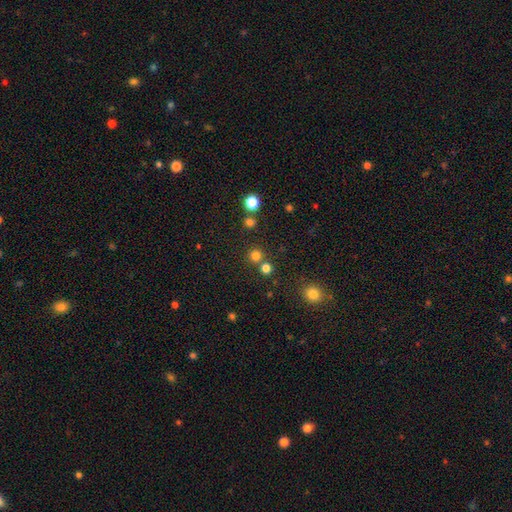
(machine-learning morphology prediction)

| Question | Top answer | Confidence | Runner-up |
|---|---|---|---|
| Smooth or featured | smooth | 75% | star or artifact (20%) |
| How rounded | round | 93% | in between (6%) |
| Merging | none | 74% | merger (17%) |